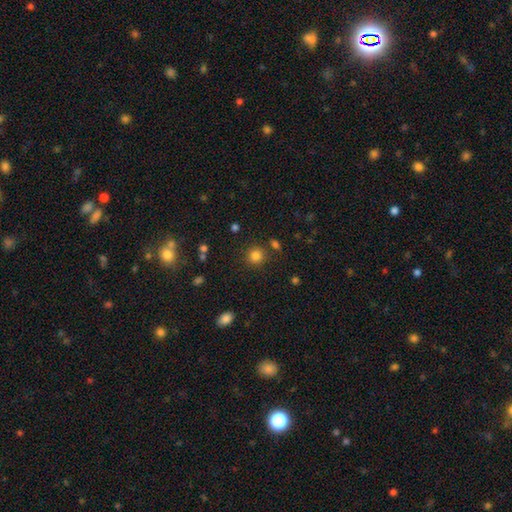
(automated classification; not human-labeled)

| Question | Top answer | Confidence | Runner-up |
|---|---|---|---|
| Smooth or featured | smooth | 83% | star or artifact (13%) |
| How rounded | round | 90% | in between (9%) |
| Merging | none | 83% | minor disturbance (8%) |